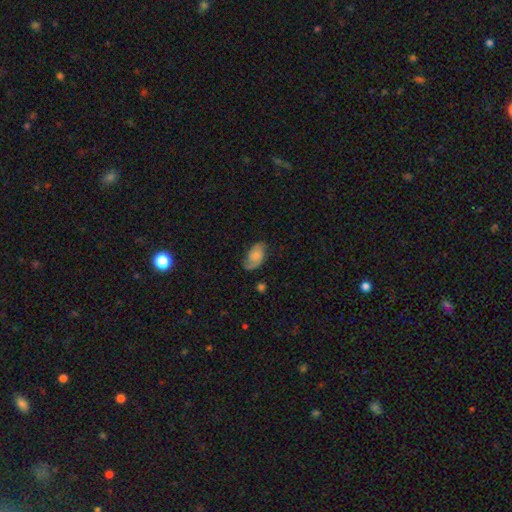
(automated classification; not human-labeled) This appears to be a featured or disk galaxy (47%). Merging: none (70%).